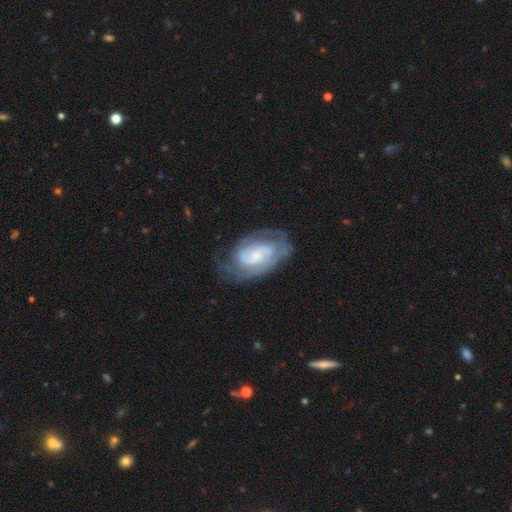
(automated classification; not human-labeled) This is likely a featured or disk galaxy (78%). It is clearly not viewed edge-on (96%). Bar: possibly no (47%). Spiral arm pattern: clearly yes (91%). Spiral arm count: possibly 2 (49%). Spiral winding: possibly tight (53%). Central bulge: marginally small (43%). Merging: likely none (65%).